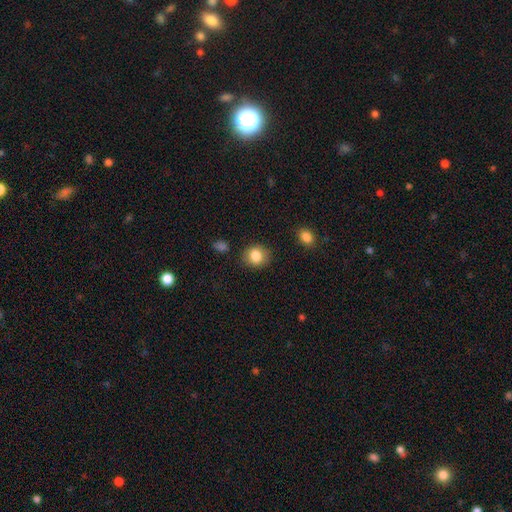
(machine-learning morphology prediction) Q: Smooth or featured?
A: smooth (84%); runner-up: star or artifact (9%)
Q: How rounded?
A: round (73%); runner-up: in between (27%)
Q: Merging?
A: none (86%); runner-up: minor disturbance (10%)